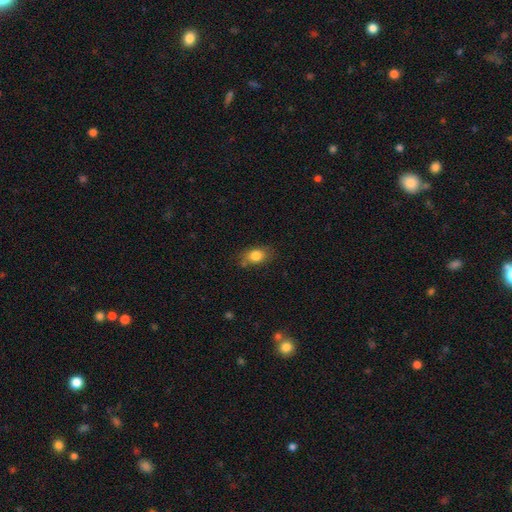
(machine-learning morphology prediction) smooth_or_featured: smooth (p=0.82) [alt: star or artifact p=0.09]
how_rounded: in between (p=0.74) [alt: round p=0.23]
merging: none (p=0.71) [alt: minor disturbance p=0.21]